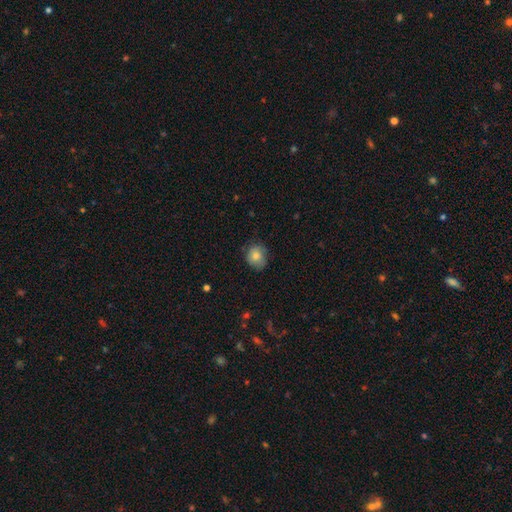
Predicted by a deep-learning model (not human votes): A smooth galaxy with no disk features (80%) that is round (70%). Merging: none (74%).